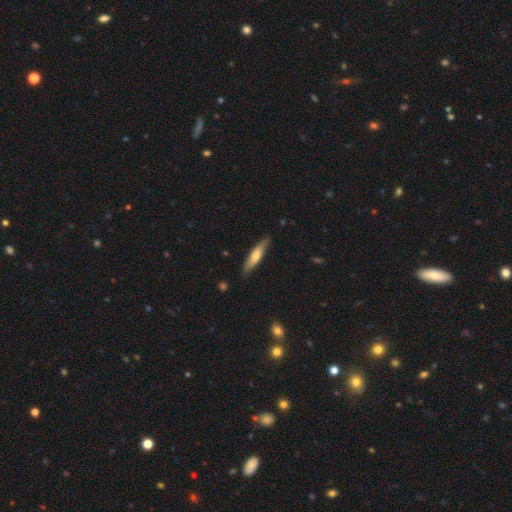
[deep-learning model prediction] Smooth or featured? smooth (56%)
How rounded? cigar-shaped (83%)
Merging? none (86%)